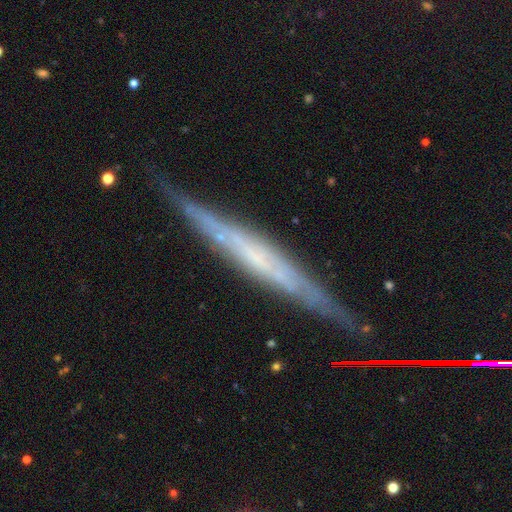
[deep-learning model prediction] Morphology: type=featured or disk (75%); edge-on=yes (93%); edge-on bulge=none (59%); merging=none (82%).